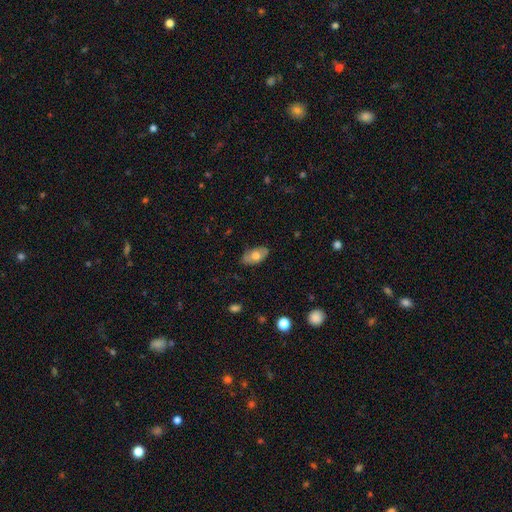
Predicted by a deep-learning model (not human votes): Overall: smooth (64%; featured or disk 29%). How rounded: in between (92%). Merging: none (81%).